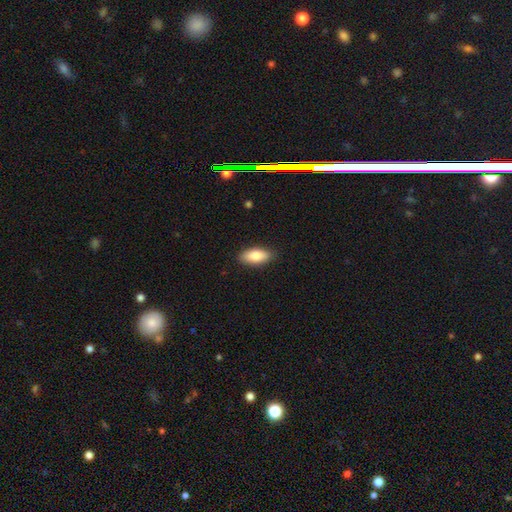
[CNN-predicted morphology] A smooth galaxy with no disk features (83%) that is in between round and cigar-shaped (85%). Merging: none (88%).